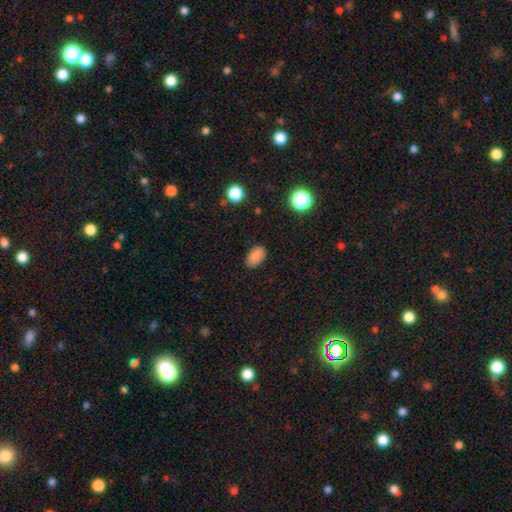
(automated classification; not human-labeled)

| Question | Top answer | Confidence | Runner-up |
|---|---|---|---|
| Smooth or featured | smooth | 85% | star or artifact (10%) |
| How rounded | in between | 90% | round (8%) |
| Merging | none | 83% | minor disturbance (13%) |